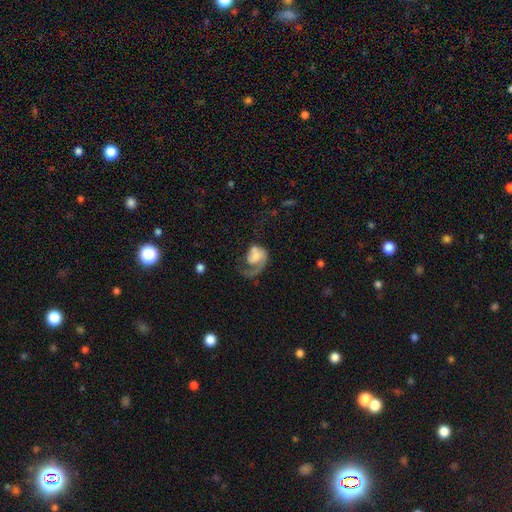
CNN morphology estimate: This appears to be a featured or disk galaxy (62%) with no bar (73%), 1 (85%) loose (47%) spiral arms (85%) and a small central bulge (30%). Merging: major disturbance (50%).